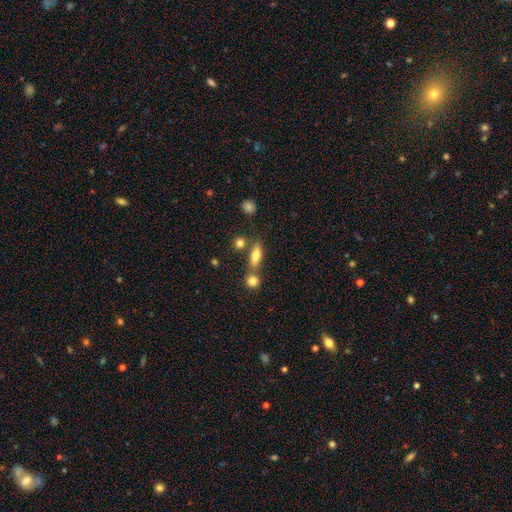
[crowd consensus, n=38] Smooth or featured?
  - smooth: 82% *
  - featured or disk: 13%
  - star or artifact: 5%
How rounded?
  - in between: 61% *
  - cigar-shaped: 39%
  - round: 0%
Merging?
  - none: 64% *
  - merger: 25%
  - minor disturbance: 8%
  - major disturbance: 3%